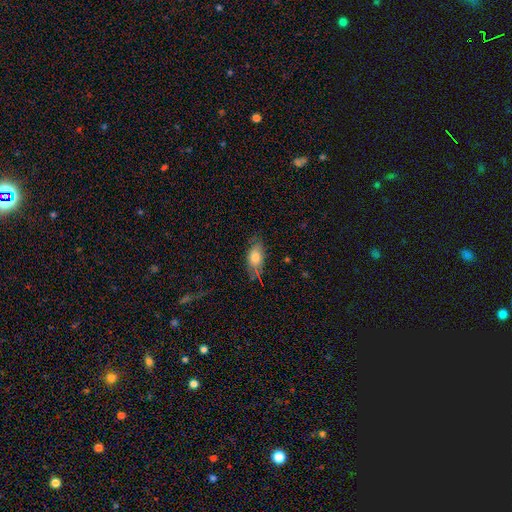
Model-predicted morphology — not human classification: smooth 72%, featured or disk 20%, star or artifact 8%. Down the decision tree: how rounded — in between (85%); merging — none (72%).